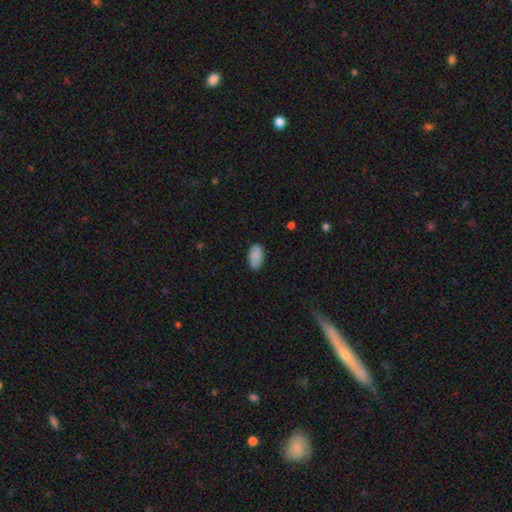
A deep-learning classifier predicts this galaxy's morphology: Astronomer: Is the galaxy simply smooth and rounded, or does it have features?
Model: smooth — 81%.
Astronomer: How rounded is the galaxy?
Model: in between — 94%.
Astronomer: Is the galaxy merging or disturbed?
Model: none — 81%.